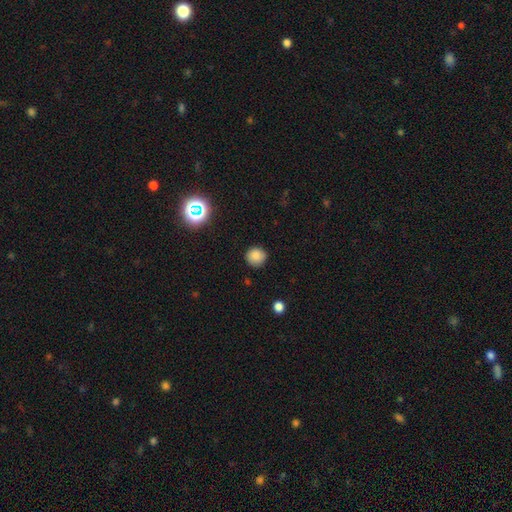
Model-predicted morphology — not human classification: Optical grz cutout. It shows a smooth galaxy with no disk features (82%) that is round (93%). Merging: none (88%).